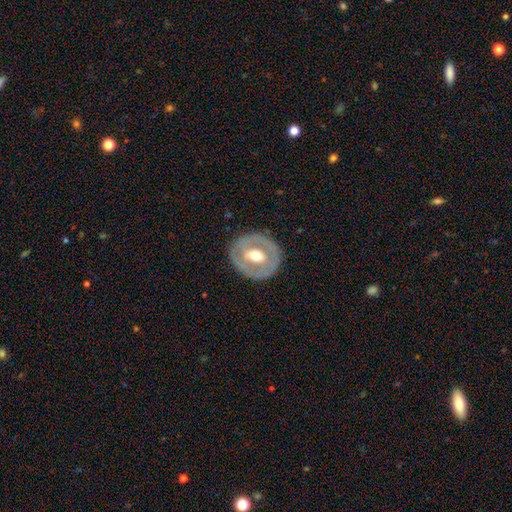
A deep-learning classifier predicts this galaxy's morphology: Smooth or featured: featured or disk — 64% (smooth — 31%)
Edge-on disk: no — 94% (yes — 6%)
Bar: no — 37% (weak — 36%)
Spiral arms: no — 79% (yes — 21%)
Bulge size: moderate — 73% (large — 13%)
Merging: none — 84% (minor disturbance — 11%)